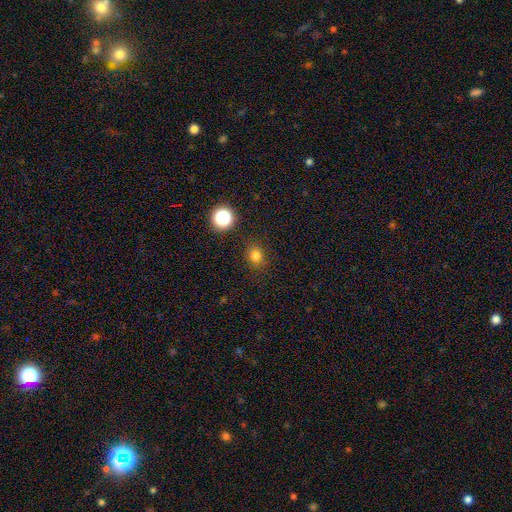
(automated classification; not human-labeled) smooth-or-featured: smooth: 78% | star or artifact: 17% | featured or disk: 5%
  how-rounded: round: 72% | in between: 27% | cigar-shaped: 1%
  merging: none: 85% | minor disturbance: 10% | major disturbance: 3% | merger: 2%